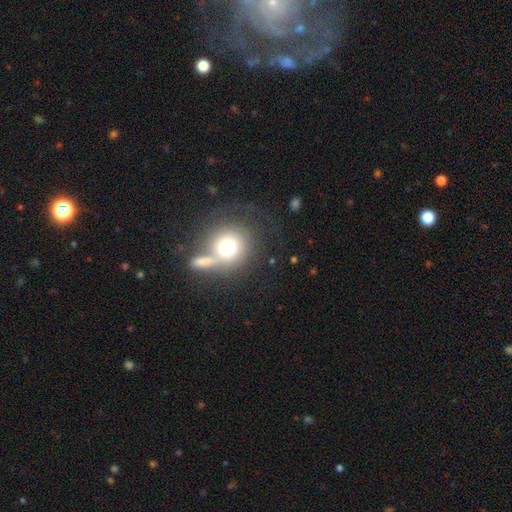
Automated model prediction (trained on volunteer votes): This appears to be a smooth galaxy with no disk features (60%) that is round (81%). Merging: none (48%).